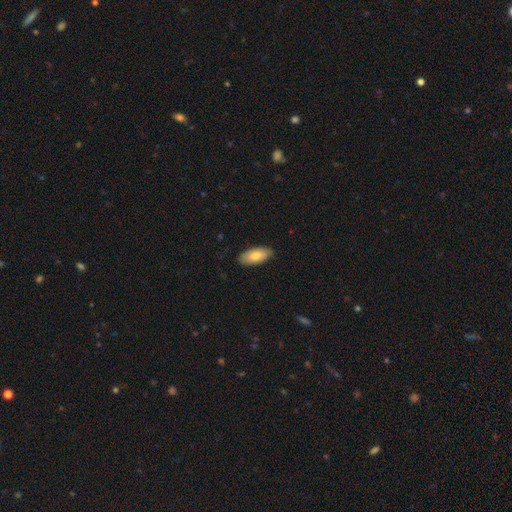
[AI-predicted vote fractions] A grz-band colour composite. It shows a smooth galaxy with no disk features (80%) that is in between round and cigar-shaped (90%). Merging: none (86%).